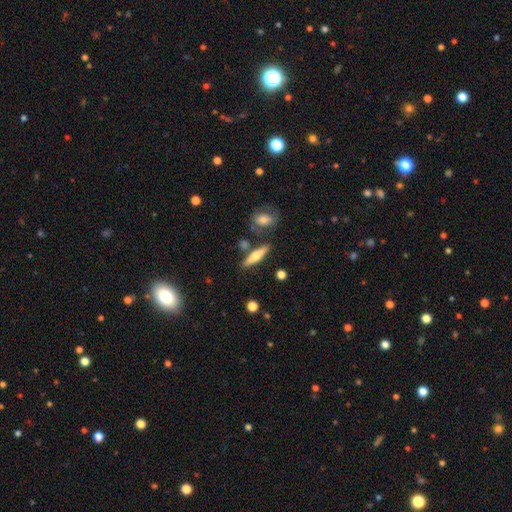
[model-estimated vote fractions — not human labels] Morphology: type=smooth (51%); roundness=cigar-shaped (73%); merging=none (76%).